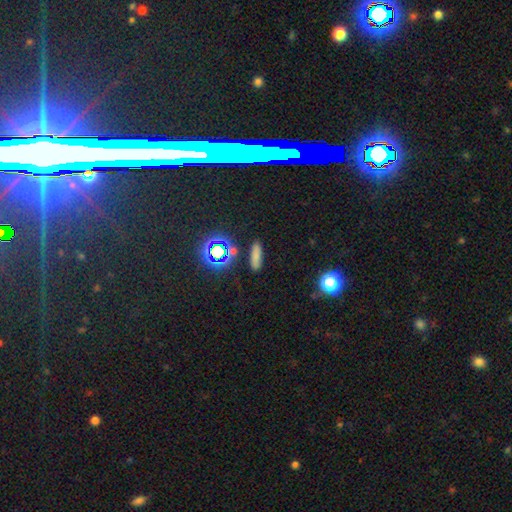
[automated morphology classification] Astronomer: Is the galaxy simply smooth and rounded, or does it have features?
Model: smooth — 69%.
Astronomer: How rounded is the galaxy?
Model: cigar-shaped — 64%.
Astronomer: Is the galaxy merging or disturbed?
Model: none — 85%.